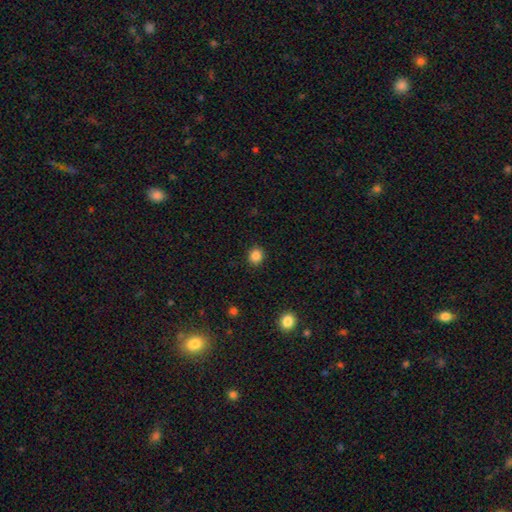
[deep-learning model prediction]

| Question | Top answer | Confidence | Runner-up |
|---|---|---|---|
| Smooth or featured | smooth | 86% | star or artifact (11%) |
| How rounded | round | 84% | in between (15%) |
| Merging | none | 91% | minor disturbance (6%) |